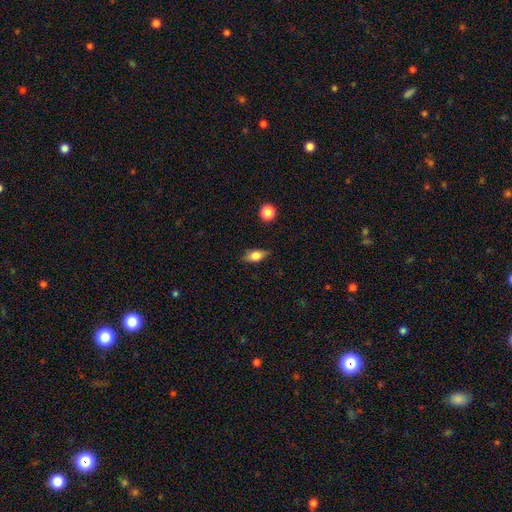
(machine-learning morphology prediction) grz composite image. It shows a smooth galaxy with no disk features (69%) that is in between round and cigar-shaped (78%). Merging: none (79%).